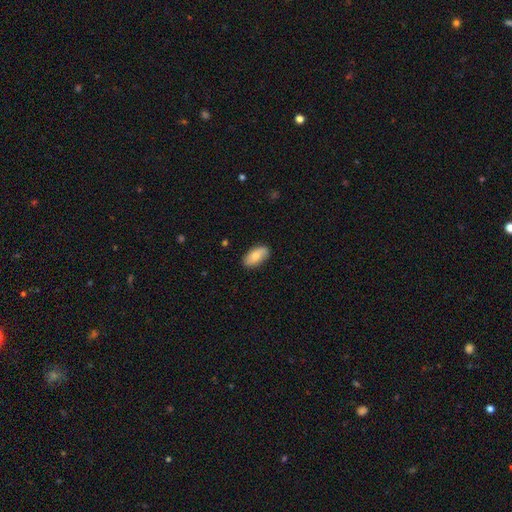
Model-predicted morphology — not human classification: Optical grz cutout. It shows a smooth galaxy with no disk features (73%) that is in between round and cigar-shaped (93%). Merging: none (84%).